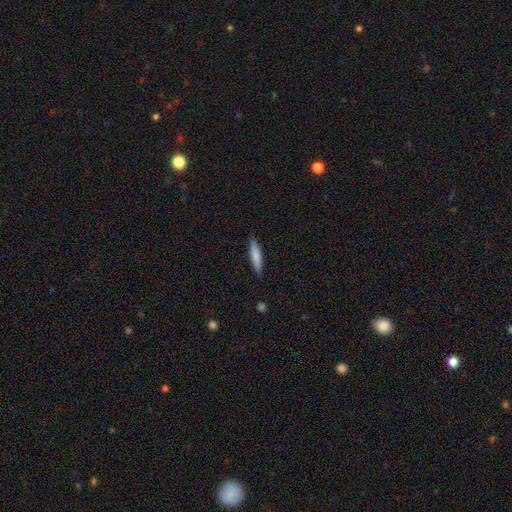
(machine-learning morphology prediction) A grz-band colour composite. It shows a smooth galaxy with no disk features (78%) that is cigar-shaped (85%). Merging: none (89%).